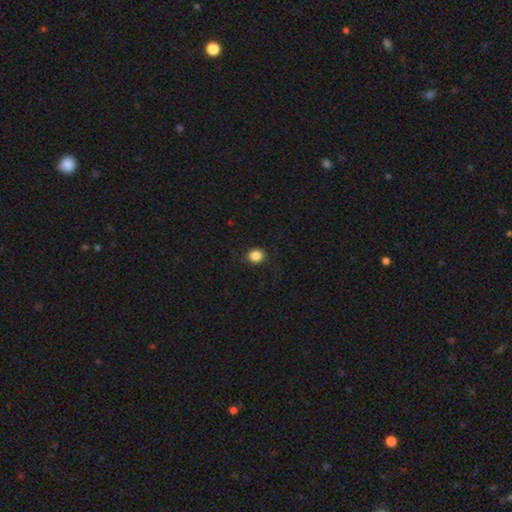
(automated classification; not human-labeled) This appears to be a smooth galaxy with no disk features (86%) that is round (75%). Merging: none (88%).